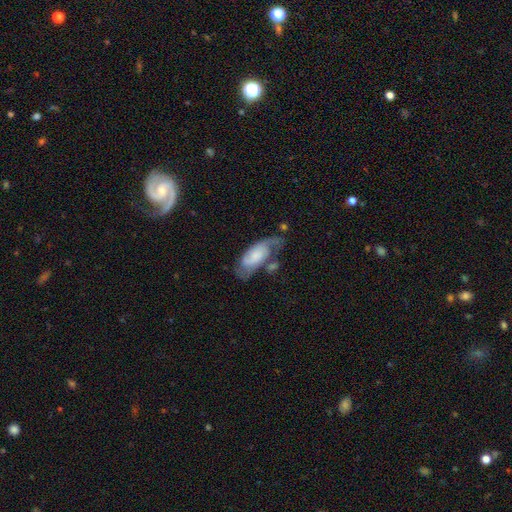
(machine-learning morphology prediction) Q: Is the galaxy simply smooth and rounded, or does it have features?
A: featured or disk — 58%.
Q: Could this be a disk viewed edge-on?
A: no — 92%.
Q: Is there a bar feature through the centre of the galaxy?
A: no — 64%.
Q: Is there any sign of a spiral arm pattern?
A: yes — 87%.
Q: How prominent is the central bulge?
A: small — 36%.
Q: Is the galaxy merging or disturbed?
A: none — 40%.